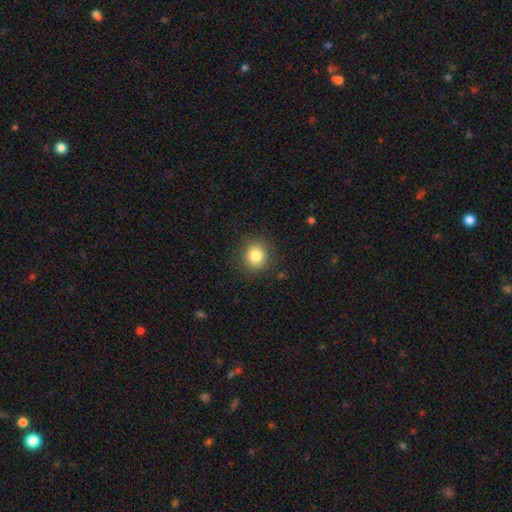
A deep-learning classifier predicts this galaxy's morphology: smooth_or_featured: smooth (p=0.82) [alt: star or artifact p=0.10]
how_rounded: round (p=0.81) [alt: in between p=0.18]
merging: none (p=0.86) [alt: minor disturbance p=0.09]